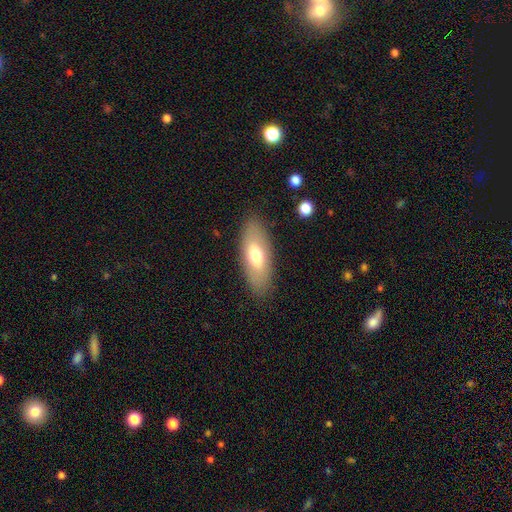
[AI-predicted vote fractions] Smooth or featured? smooth (65%)
How rounded? in between (80%)
Merging? none (86%)